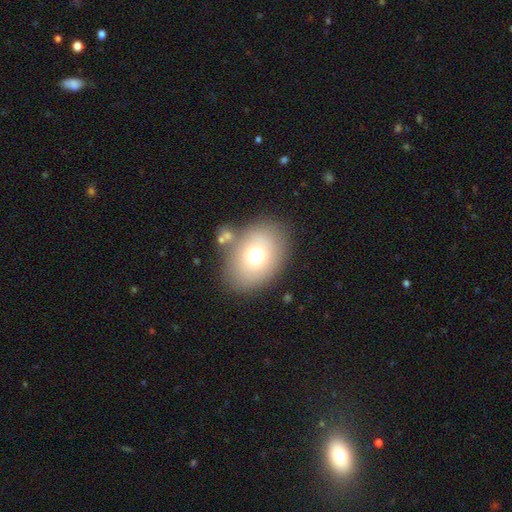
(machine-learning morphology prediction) Smooth or featured: smooth — 70% (featured or disk — 17%)
How rounded: in between — 67% (round — 32%)
Merging: none — 78% (minor disturbance — 11%)